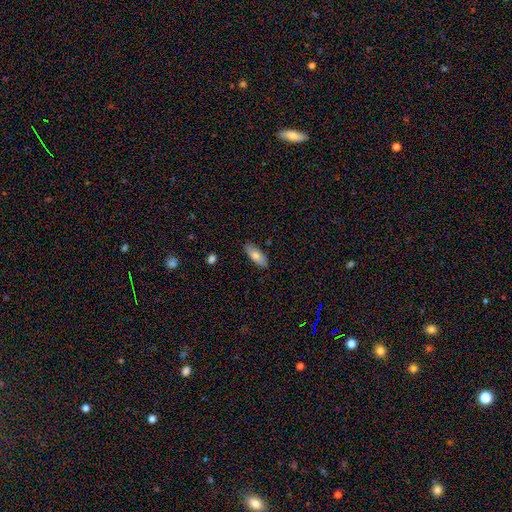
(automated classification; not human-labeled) Overall: smooth (76%). How rounded: in between (75%). Merging: none (86%).